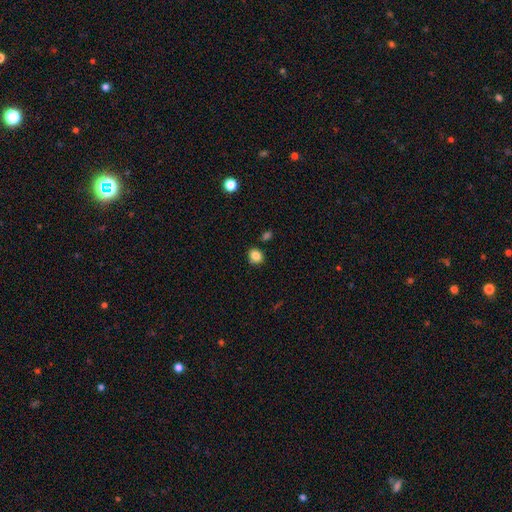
Morphology: type=smooth (85%); roundness=round (76%); merging=none (84%).